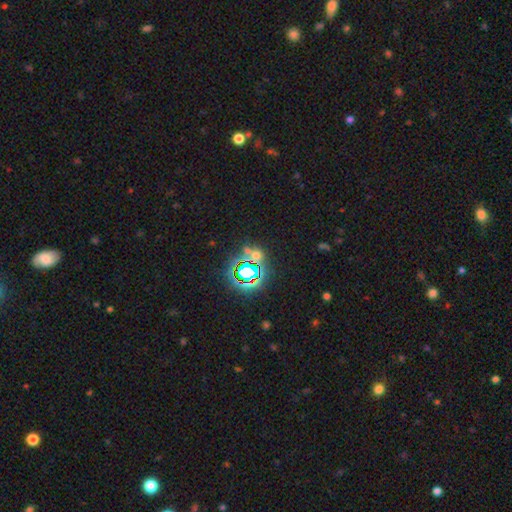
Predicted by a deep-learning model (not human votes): This is possibly a star or artifact rather than a galaxy (59%).